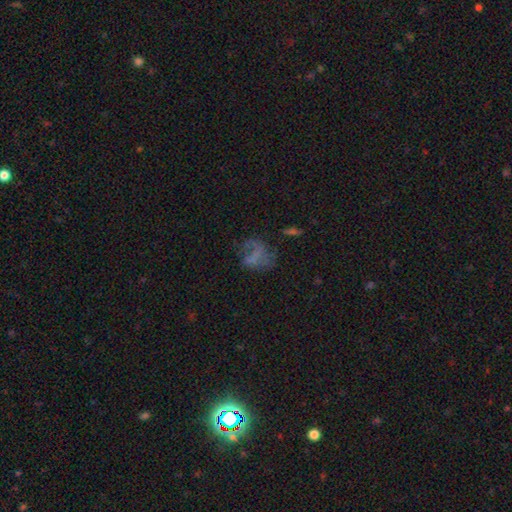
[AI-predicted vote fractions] Q: Smooth or featured?
A: smooth (43%); runner-up: featured or disk (38%)
Q: Merging?
A: major disturbance (37%); tied with: none (37%)